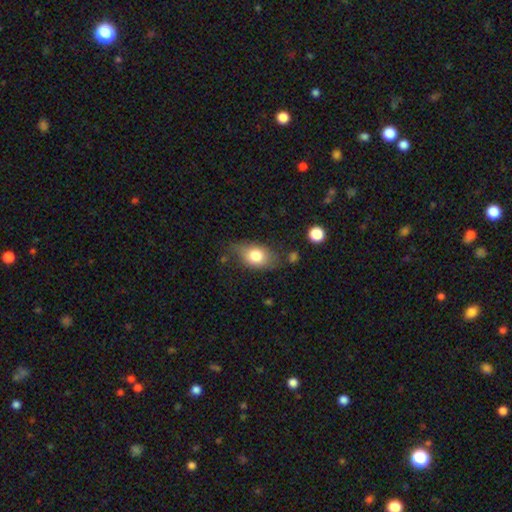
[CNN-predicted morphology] A smooth galaxy with no disk features (76%) that is in between round and cigar-shaped (79%).

Vote fractions:
- Smooth or featured? smooth: 76% / featured or disk: 16% / star or artifact: 8%
- How rounded? in between: 79% / round: 18% / cigar-shaped: 2%
- Merging? none: 62% / minor disturbance: 26% / major disturbance: 8% / merger: 4%